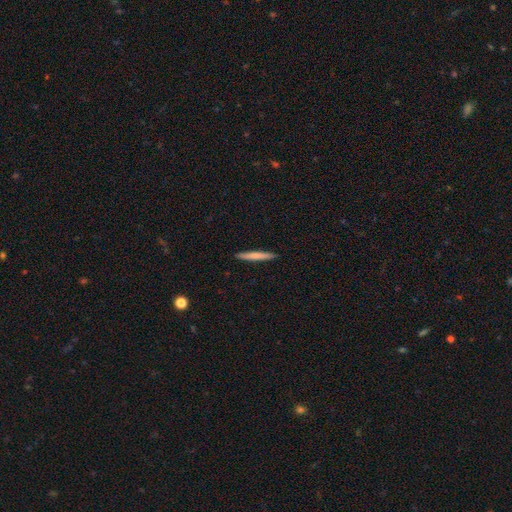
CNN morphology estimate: A smooth galaxy with no disk features (72%) that is cigar-shaped (96%). Merging: none (92%).